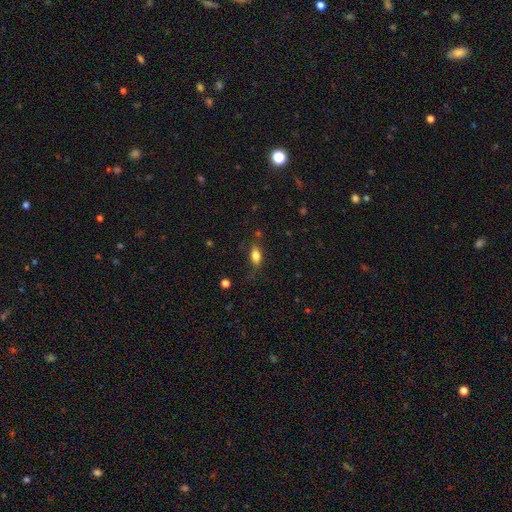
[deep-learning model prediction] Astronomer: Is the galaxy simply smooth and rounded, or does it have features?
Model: smooth — 78%.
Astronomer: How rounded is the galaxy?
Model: in between — 82%.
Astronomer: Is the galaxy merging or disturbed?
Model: none — 72%.